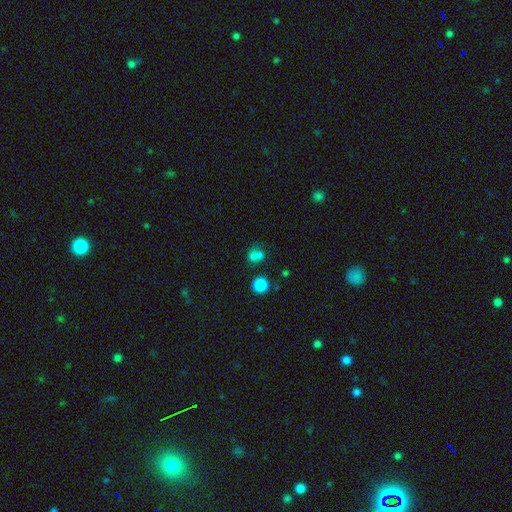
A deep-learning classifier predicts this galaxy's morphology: The model was most divided on "merging": none: 43%, merger: 34%, minor disturbance: 14%, major disturbance: 9%. More confident: smooth or featured — smooth (71%); how rounded — round (66%).